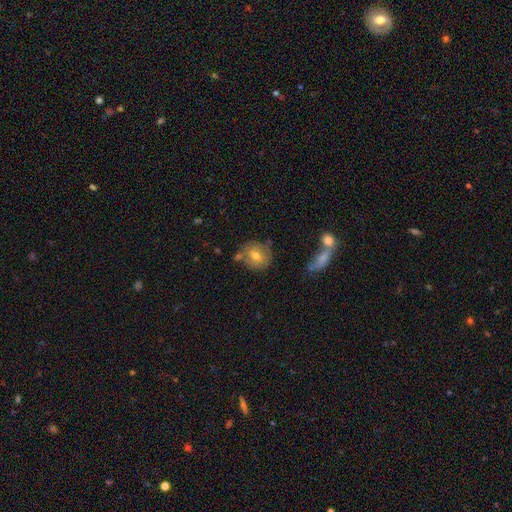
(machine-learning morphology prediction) Smooth or featured?
  - smooth: 65% *
  - featured or disk: 26%
  - star or artifact: 9%
How rounded?
  - round: 76% *
  - in between: 23%
  - cigar-shaped: 1%
Merging?
  - none: 66% *
  - minor disturbance: 18%
  - merger: 11%
  - major disturbance: 5%